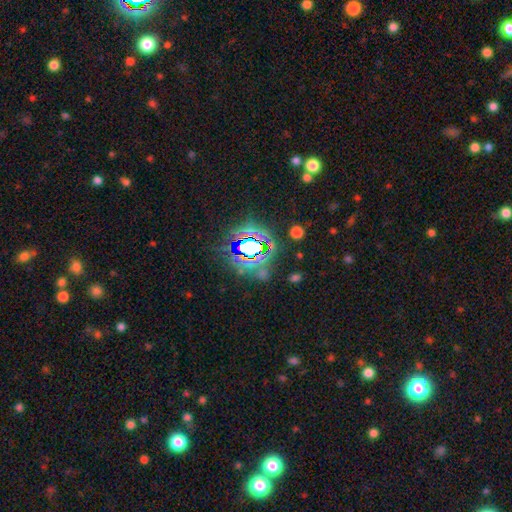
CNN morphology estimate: Smooth or featured? Predicted: star or artifact (p=0.81).